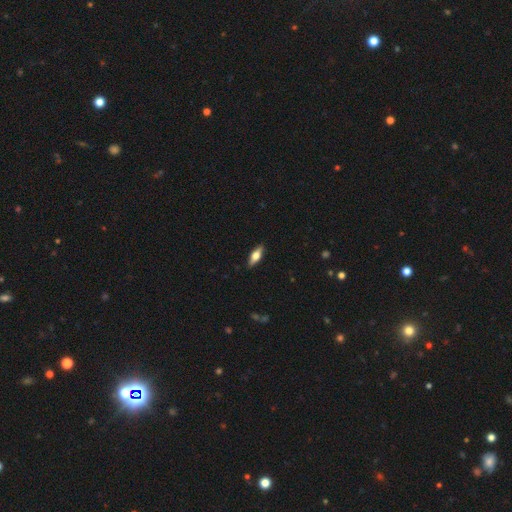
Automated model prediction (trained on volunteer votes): smooth 52%, featured or disk 42%, star or artifact 6%. Down the decision tree: how rounded — in between (64%); merging — none (89%).